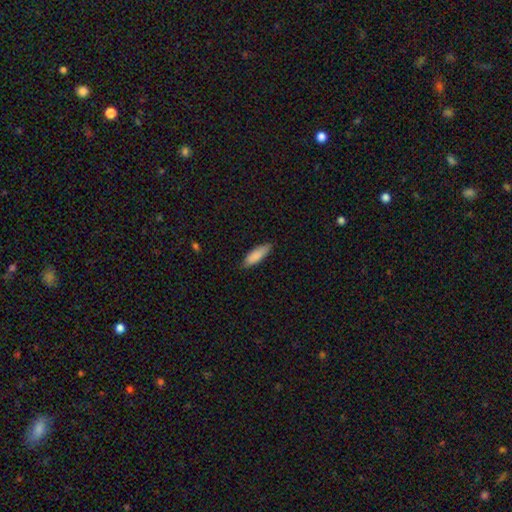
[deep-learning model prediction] smooth-or-featured: smooth: 86% | featured or disk: 8% | star or artifact: 6%
  how-rounded: cigar-shaped: 50% | in between: 48% | round: 1%
  merging: none: 83% | minor disturbance: 14% | major disturbance: 2% | merger: 1%